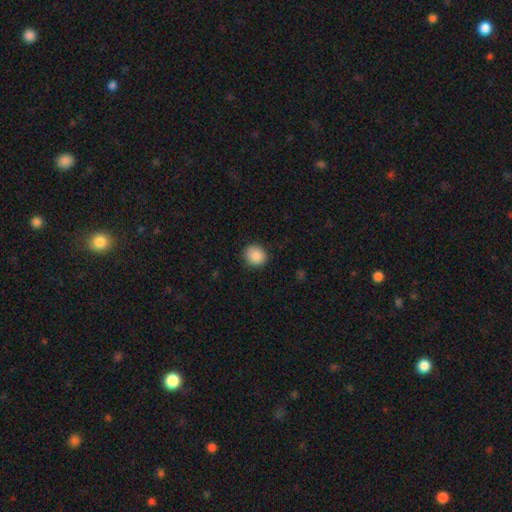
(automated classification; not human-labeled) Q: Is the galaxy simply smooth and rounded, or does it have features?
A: smooth — 89%.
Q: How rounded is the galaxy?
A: round — 80%.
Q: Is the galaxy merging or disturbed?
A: none — 87%.